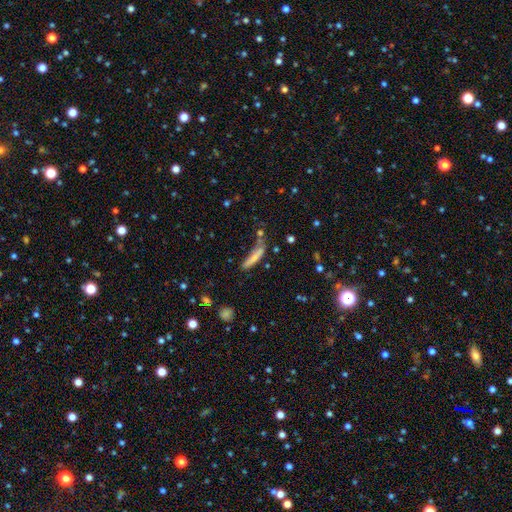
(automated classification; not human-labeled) This is likely a smooth galaxy (66%). How rounded: clearly cigar-shaped (85%). Merging: possibly none (49%).